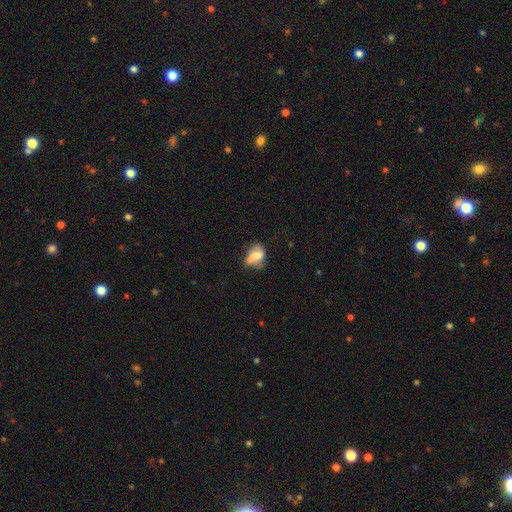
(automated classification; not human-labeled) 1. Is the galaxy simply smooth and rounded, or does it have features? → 54% smooth, 36% featured or disk, 10% star or artifact.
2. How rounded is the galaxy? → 69% in between, 29% round, 2% cigar-shaped.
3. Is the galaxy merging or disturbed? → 35% none, 29% minor disturbance, 21% major disturbance, 15% merger.